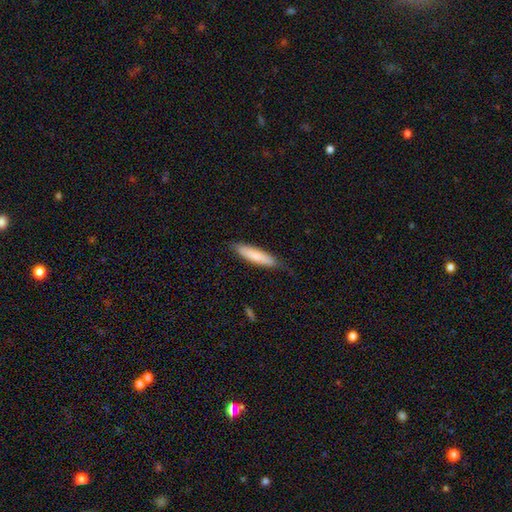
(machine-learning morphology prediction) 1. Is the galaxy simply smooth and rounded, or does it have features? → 75% smooth, 19% featured or disk, 6% star or artifact.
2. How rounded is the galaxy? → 76% cigar-shaped, 23% in between, 1% round.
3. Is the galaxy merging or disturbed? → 77% none, 19% minor disturbance, 3% major disturbance, 1% merger.